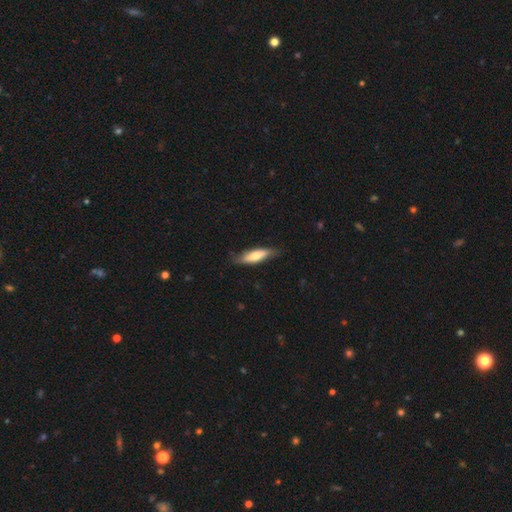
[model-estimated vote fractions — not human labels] Morphology: type=smooth (67%); roundness=cigar-shaped (54%); merging=none (72%).